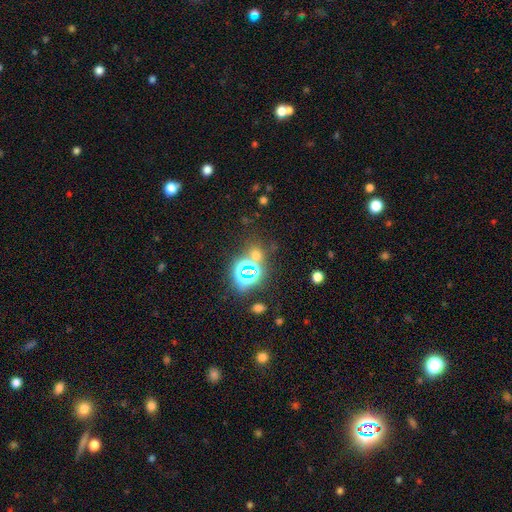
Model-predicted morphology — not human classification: Smooth or featured? star or artifact (49%)